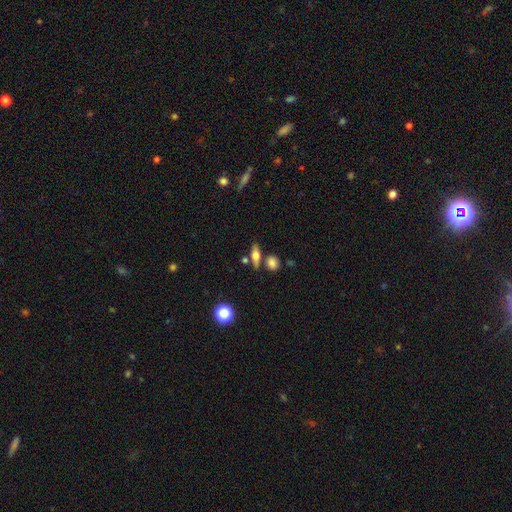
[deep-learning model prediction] Overall: smooth (51%; featured or disk 39%). How rounded: in between (50%; cigar-shaped 38%). Merging: none (72%).